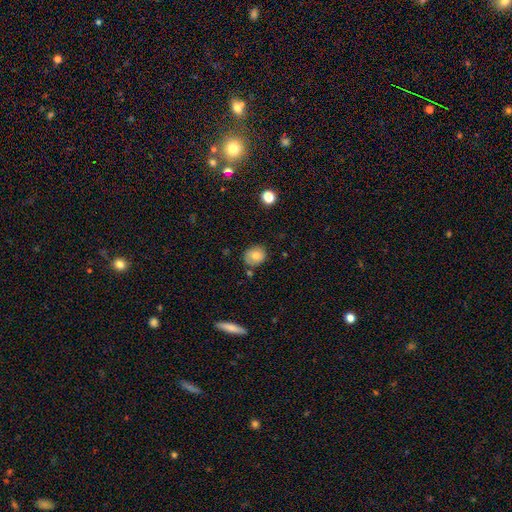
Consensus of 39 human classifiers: smooth-or-featured: smooth: 77% | featured or disk: 21% | star or artifact: 3%
  how-rounded: round: 57% | in between: 43% | cigar-shaped: 0%
  merging: none: 68% | minor disturbance: 24% | merger: 5% | major disturbance: 3%